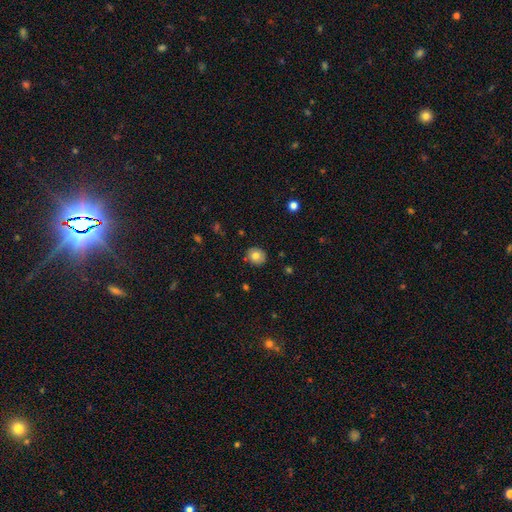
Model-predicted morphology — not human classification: A smooth galaxy with no disk features (76%) that is round (81%).

Vote fractions:
- Smooth or featured? smooth: 76% / featured or disk: 15% / star or artifact: 10%
- How rounded? round: 81% / in between: 18% / cigar-shaped: 1%
- Merging? none: 86% / minor disturbance: 11% / major disturbance: 2% / merger: 1%